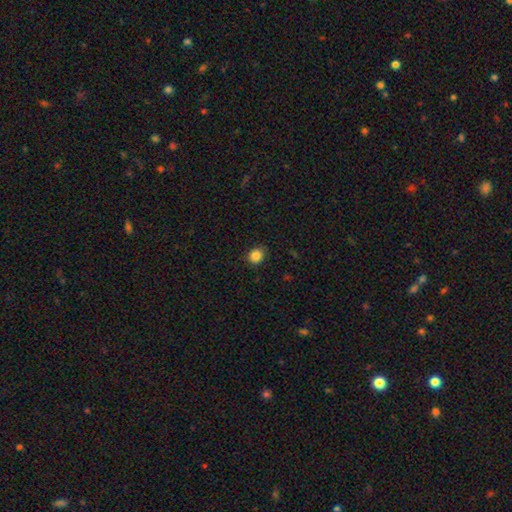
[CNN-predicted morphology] smooth-or-featured: smooth: 86% | star or artifact: 10% | featured or disk: 4%
  how-rounded: round: 78% | in between: 21% | cigar-shaped: 1%
  merging: none: 86% | minor disturbance: 10% | major disturbance: 2% | merger: 1%